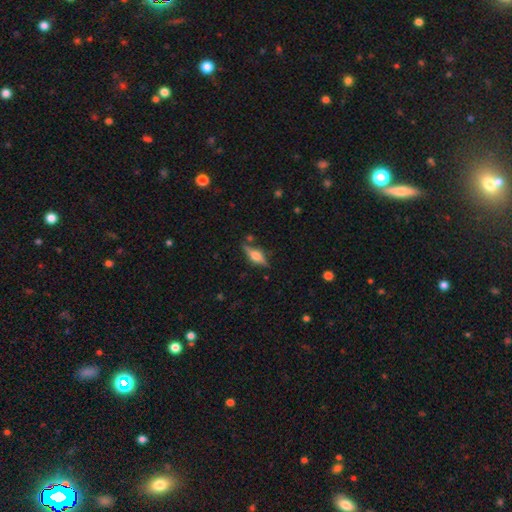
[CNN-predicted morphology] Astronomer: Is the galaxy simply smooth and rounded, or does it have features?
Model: featured or disk — 64%.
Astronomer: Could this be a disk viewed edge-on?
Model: yes — 95%.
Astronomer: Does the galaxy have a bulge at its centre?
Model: rounded — 89%.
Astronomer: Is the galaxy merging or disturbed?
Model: none — 79%.